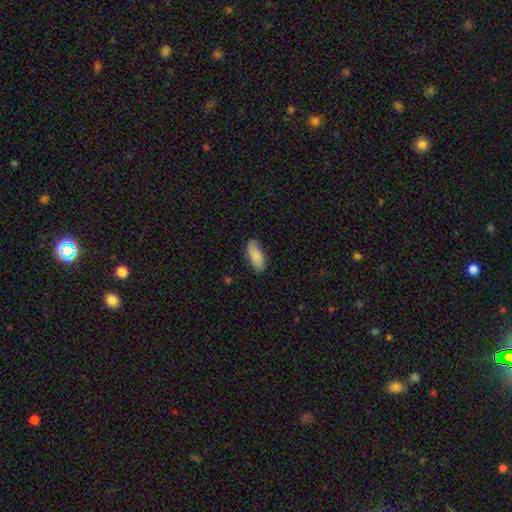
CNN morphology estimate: type=smooth (81%); roundness=in between (86%); merging=none (73%).